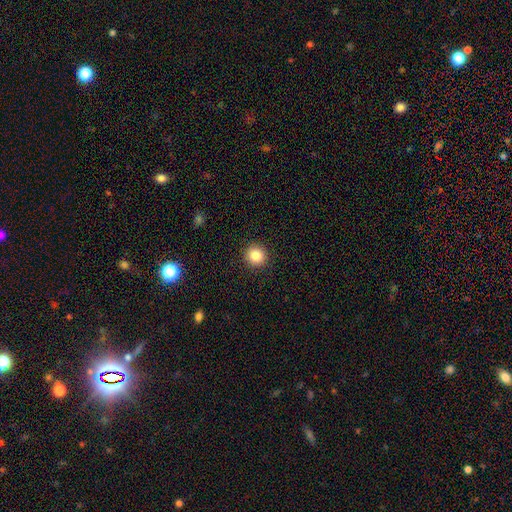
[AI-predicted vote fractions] The model was most divided on "smooth or featured": smooth: 85%, star or artifact: 10%, featured or disk: 5%. More confident: how rounded — round (93%); merging — none (92%).